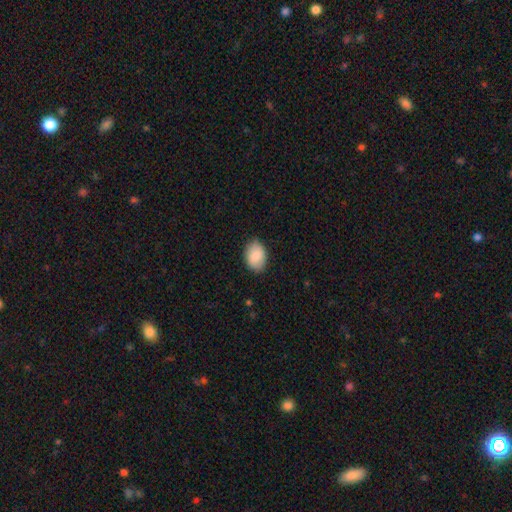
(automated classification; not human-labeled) smooth_or_featured: smooth (p=0.87) [alt: star or artifact p=0.06]
how_rounded: in between (p=0.81) [alt: round p=0.18]
merging: none (p=0.84) [alt: minor disturbance p=0.12]